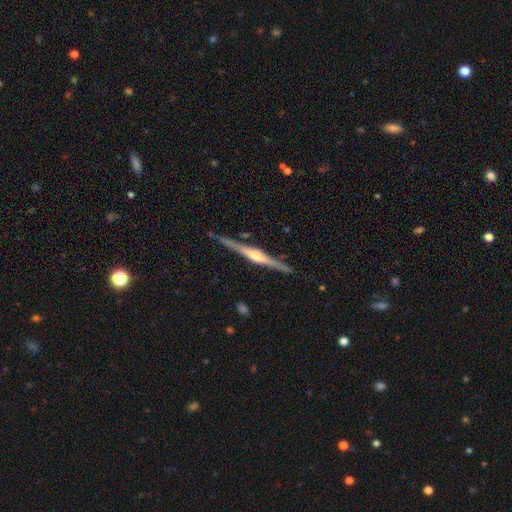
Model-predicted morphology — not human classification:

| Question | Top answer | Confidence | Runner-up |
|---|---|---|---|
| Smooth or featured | featured or disk | 84% | smooth (11%) |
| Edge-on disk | yes | 99% | no (1%) |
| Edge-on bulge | rounded | 80% | boxy (14%) |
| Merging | none | 88% | minor disturbance (9%) |